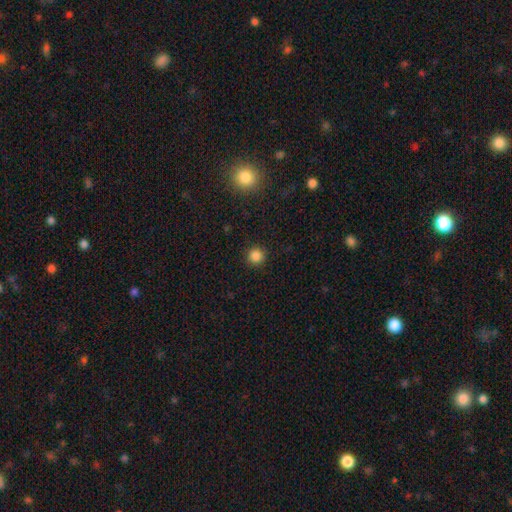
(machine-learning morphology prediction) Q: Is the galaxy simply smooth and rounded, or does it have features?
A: smooth — 85%.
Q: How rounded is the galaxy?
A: round — 94%.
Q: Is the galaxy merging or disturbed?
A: none — 91%.